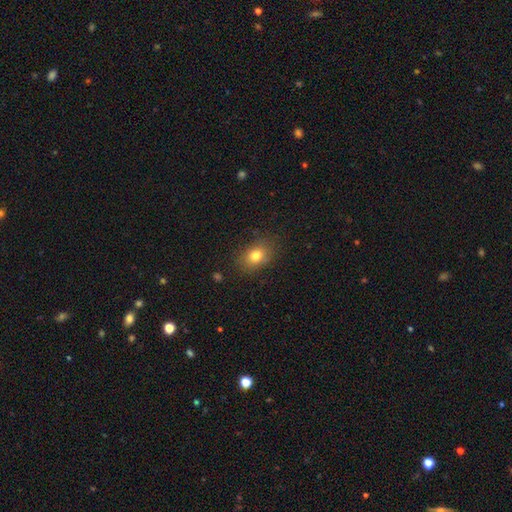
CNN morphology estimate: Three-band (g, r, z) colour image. It shows a smooth galaxy with no disk features (80%) that is in between round and cigar-shaped (69%). Merging: none (81%).